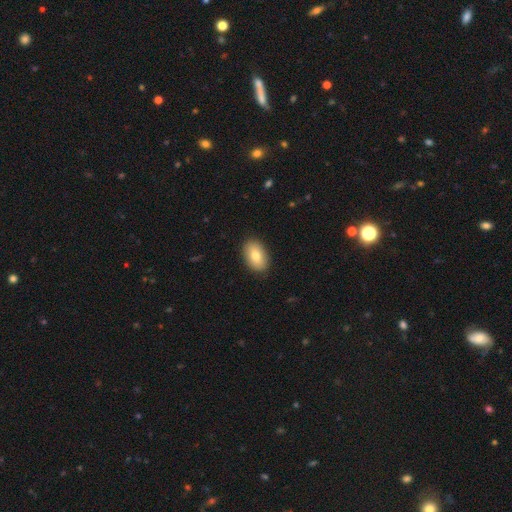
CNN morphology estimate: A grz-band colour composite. It shows a smooth galaxy with no disk features (79%) that is in between round and cigar-shaped (90%). Merging: none (89%).